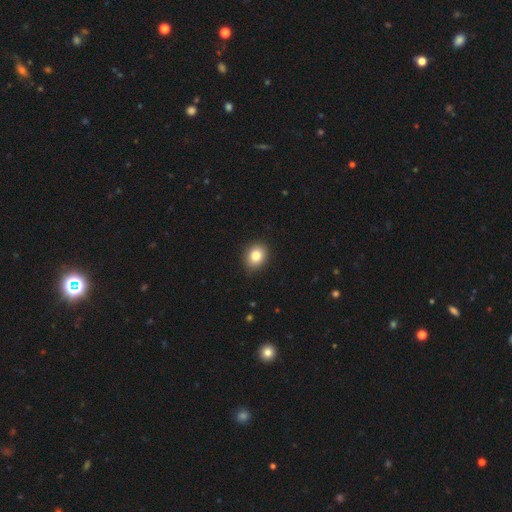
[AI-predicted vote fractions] This appears to be a smooth galaxy with no disk features (82%) that is round (52%). Merging: none (86%).